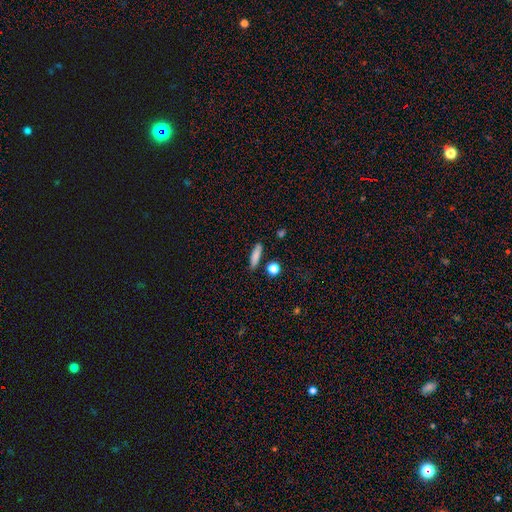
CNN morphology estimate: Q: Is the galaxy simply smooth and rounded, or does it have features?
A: smooth — 83%.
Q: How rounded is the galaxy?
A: cigar-shaped — 69%.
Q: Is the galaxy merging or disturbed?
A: none — 84%.